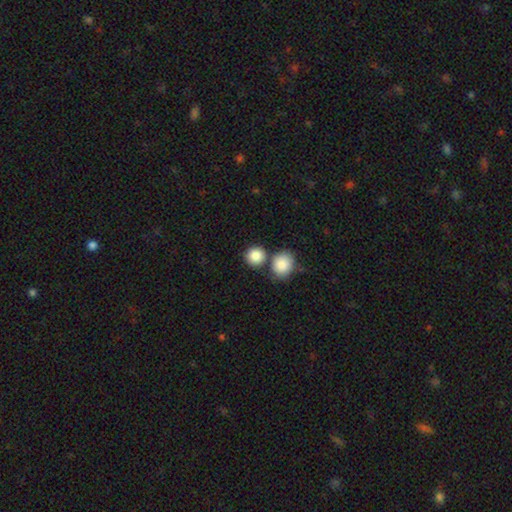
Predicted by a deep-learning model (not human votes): smooth 86%, star or artifact 8%, featured or disk 6%. Down the decision tree: how rounded — round (85%); merging — none (63%).